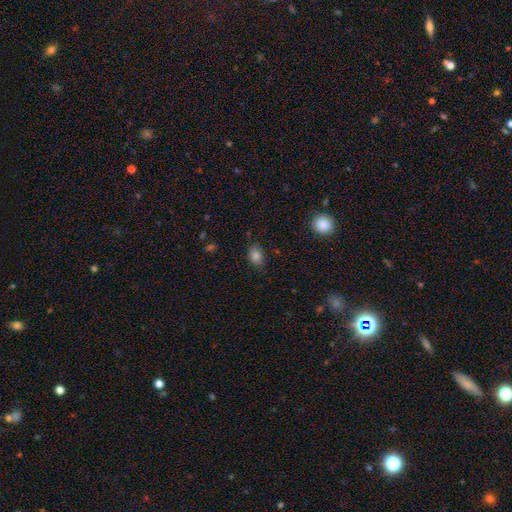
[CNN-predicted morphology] A smooth galaxy with no disk features (83%) that is in between round and cigar-shaped (71%).

Vote fractions:
- Smooth or featured? smooth: 83% / star or artifact: 11% / featured or disk: 6%
- How rounded? in between: 71% / round: 27% / cigar-shaped: 1%
- Merging? none: 79% / minor disturbance: 16% / major disturbance: 3% / merger: 1%